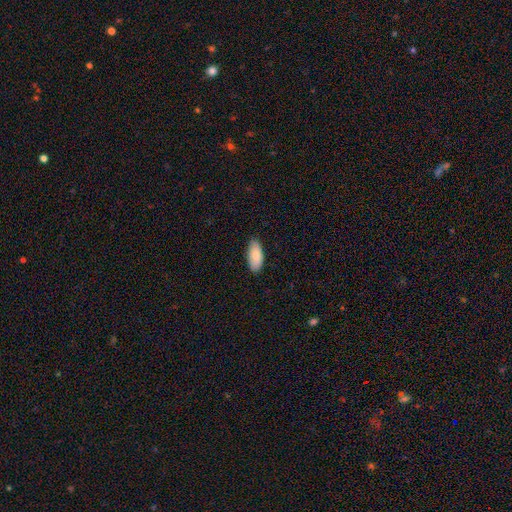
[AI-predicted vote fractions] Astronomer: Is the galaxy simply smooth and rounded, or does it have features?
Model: smooth — 86%.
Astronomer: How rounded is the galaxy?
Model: in between — 91%.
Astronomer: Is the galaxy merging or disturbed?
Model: none — 85%.